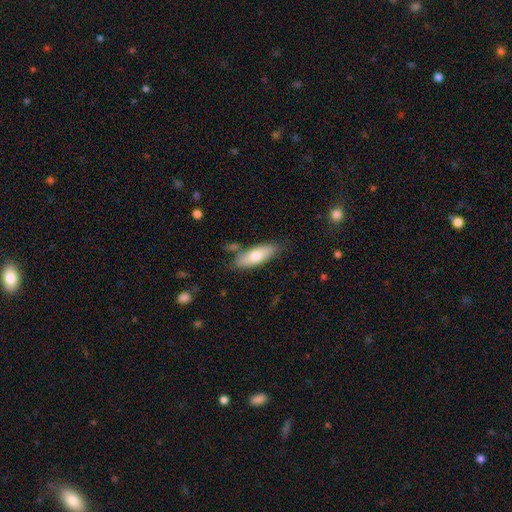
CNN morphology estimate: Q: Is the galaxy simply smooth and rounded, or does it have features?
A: smooth — 72%.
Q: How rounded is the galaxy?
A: in between — 62%.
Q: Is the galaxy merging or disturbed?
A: none — 74%.